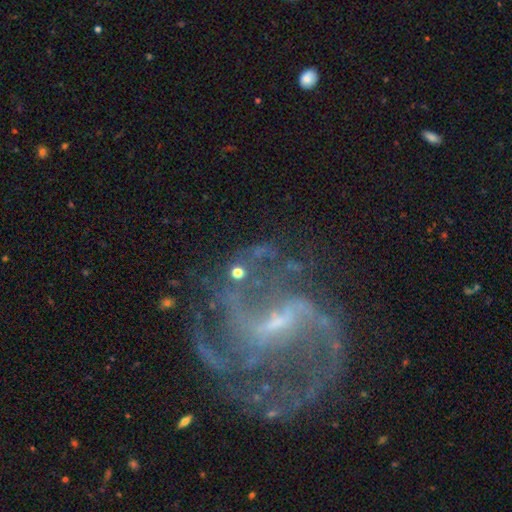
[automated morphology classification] This appears to be a featured or disk galaxy (88%) with a weak bar (52%), 2 (53%) medium (47%) spiral arms (95%) and a small central bulge (61%). Merging: none (57%).